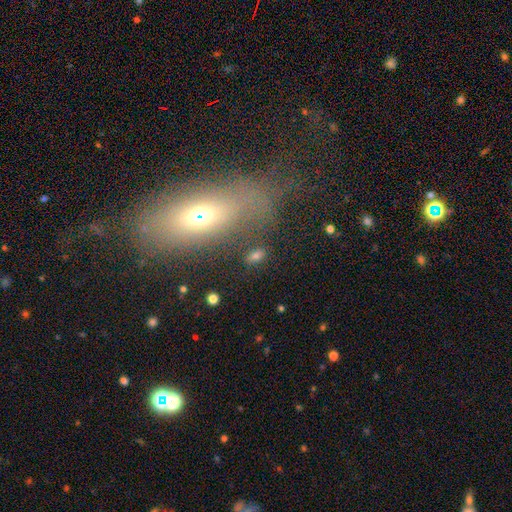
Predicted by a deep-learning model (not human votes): smooth 64%, star or artifact 21%, featured or disk 15%. Down the decision tree: how rounded — in between (84%); merging — none (76%).